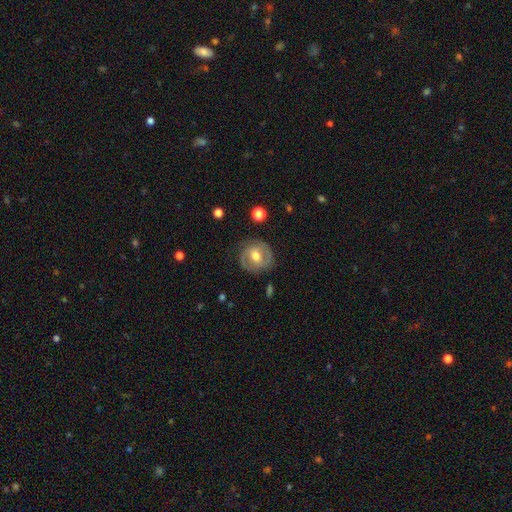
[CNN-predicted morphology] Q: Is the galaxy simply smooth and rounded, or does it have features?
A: featured or disk — 66%.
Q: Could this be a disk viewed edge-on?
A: no — 97%.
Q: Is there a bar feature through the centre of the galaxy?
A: weak — 42%.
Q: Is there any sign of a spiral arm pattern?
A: yes — 72%.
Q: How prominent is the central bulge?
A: moderate — 76%.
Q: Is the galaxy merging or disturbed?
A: none — 82%.